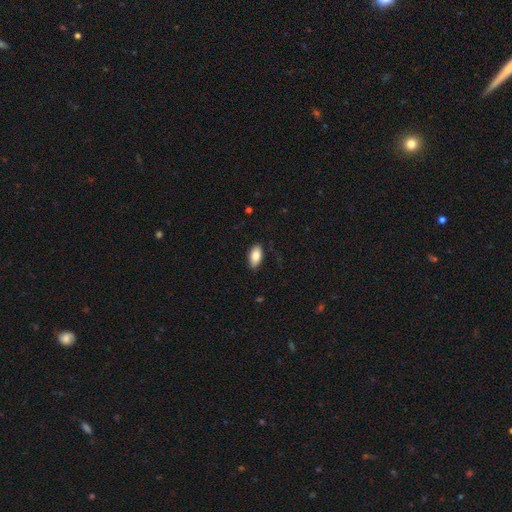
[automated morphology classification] smooth 84%, featured or disk 9%, star or artifact 7%. Down the decision tree: how rounded — in between (92%); merging — none (83%).